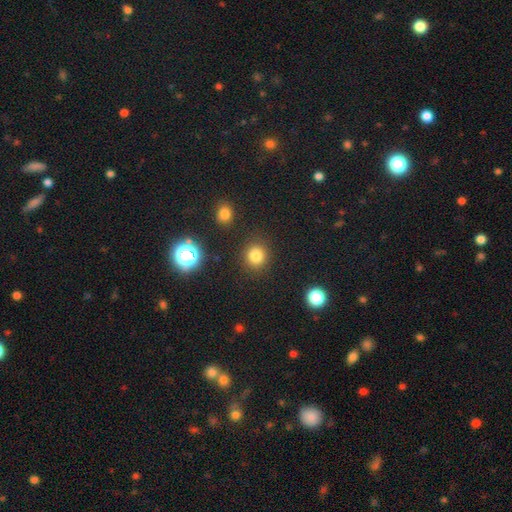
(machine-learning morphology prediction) Smooth or featured: smooth — 79% (star or artifact — 16%)
How rounded: round — 88% (in between — 11%)
Merging: none — 88% (minor disturbance — 7%)